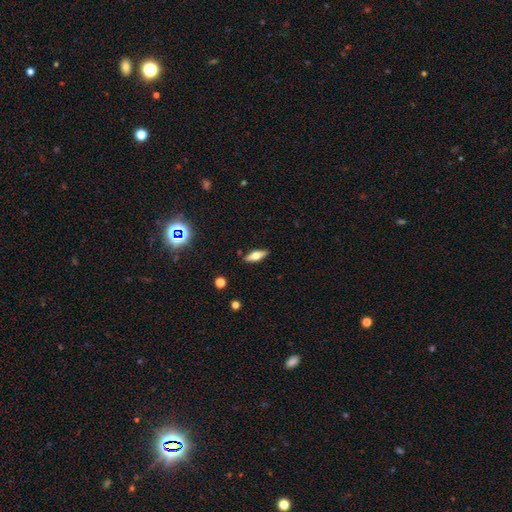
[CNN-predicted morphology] smooth-or-featured: smooth: 48% | featured or disk: 44% | star or artifact: 8%
  merging: none: 88% | minor disturbance: 9% | major disturbance: 2% | merger: 2%